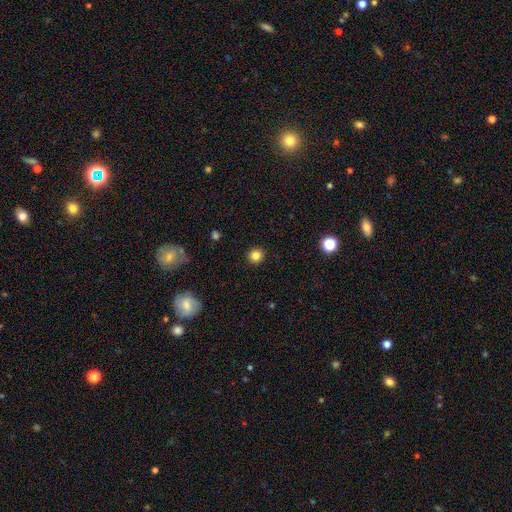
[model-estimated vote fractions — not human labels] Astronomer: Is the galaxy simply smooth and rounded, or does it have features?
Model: smooth — 83%.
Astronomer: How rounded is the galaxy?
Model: round — 93%.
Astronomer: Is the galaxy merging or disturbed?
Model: none — 92%.